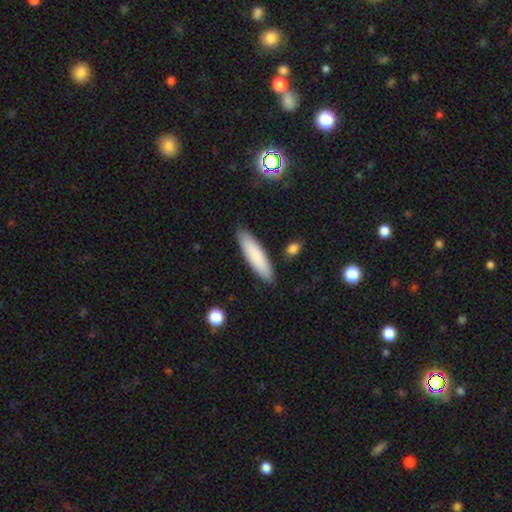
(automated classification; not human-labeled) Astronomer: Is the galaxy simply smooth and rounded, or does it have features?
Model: smooth — 82%.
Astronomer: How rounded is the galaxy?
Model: cigar-shaped — 73%.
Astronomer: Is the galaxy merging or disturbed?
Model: none — 89%.